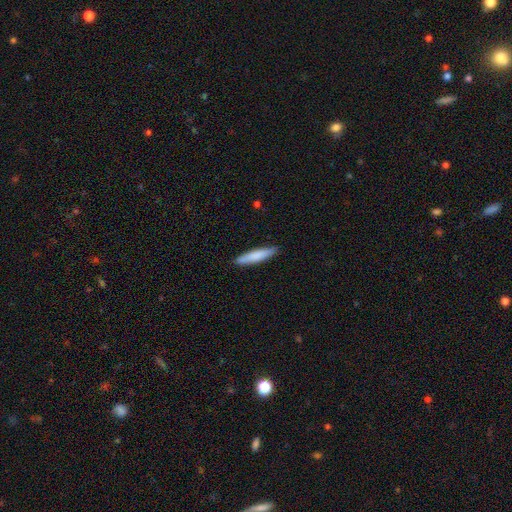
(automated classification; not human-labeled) A smooth galaxy with no disk features (79%) that is cigar-shaped (87%).

Vote fractions:
- Smooth or featured? smooth: 79% / featured or disk: 16% / star or artifact: 6%
- How rounded? cigar-shaped: 87% / in between: 11% / round: 1%
- Merging? none: 88% / minor disturbance: 9% / major disturbance: 2% / merger: 1%